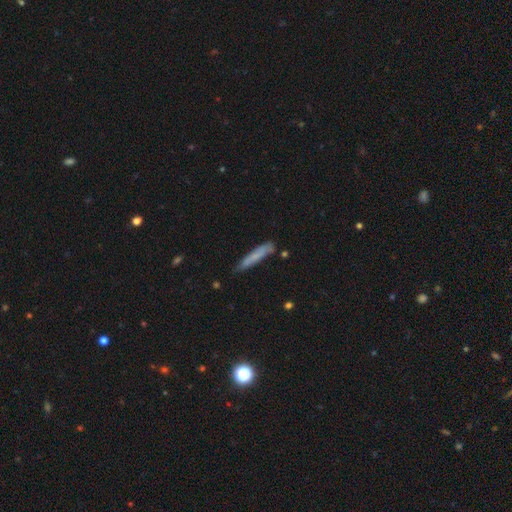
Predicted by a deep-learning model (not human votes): smooth-or-featured: smooth: 71% | featured or disk: 22% | star or artifact: 7%
  how-rounded: cigar-shaped: 92% | in between: 6% | round: 1%
  merging: none: 74% | minor disturbance: 19% | merger: 4% | major disturbance: 3%